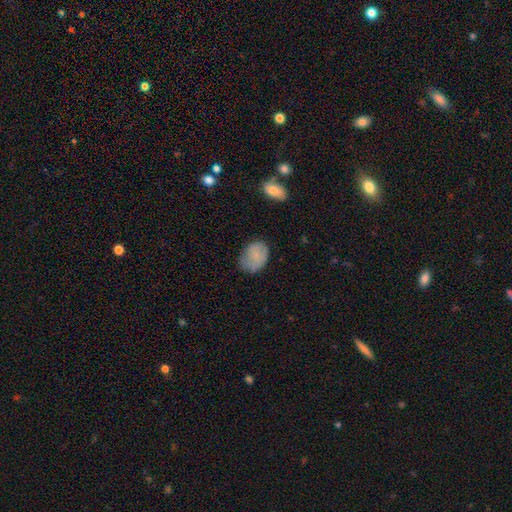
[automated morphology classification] type=smooth (77%); roundness=in between (74%); merging=none (59%).